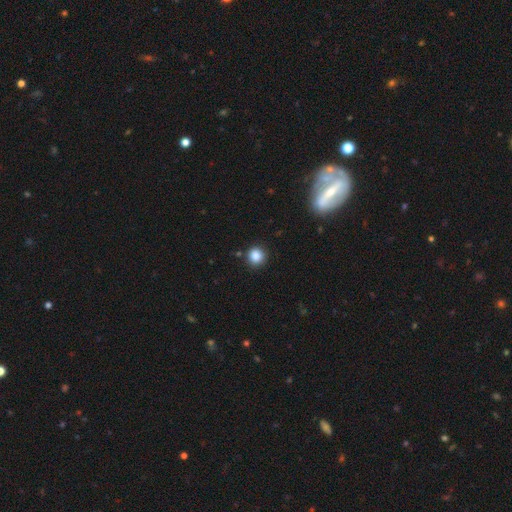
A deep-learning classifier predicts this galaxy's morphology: smooth-or-featured: smooth: 85% | star or artifact: 11% | featured or disk: 4%
  how-rounded: round: 93% | in between: 6% | cigar-shaped: 1%
  merging: none: 88% | minor disturbance: 8% | merger: 2% | major disturbance: 2%